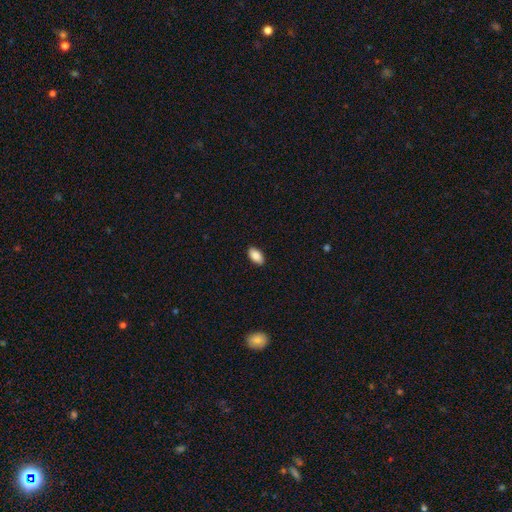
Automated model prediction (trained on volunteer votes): Smooth or featured? smooth (88%)
How rounded? in between (94%)
Merging? none (89%)